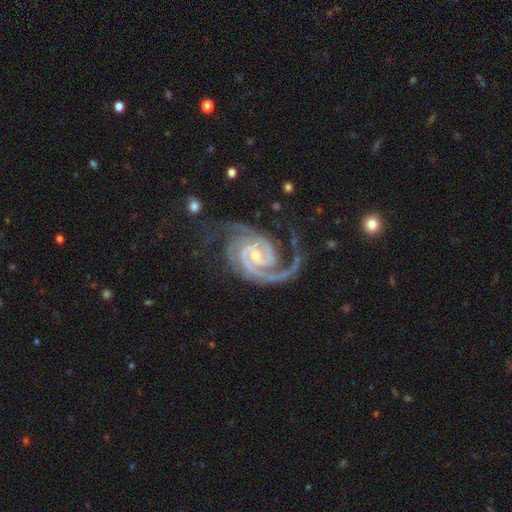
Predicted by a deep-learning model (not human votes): This is clearly a featured or disk galaxy (94%). It is clearly not viewed edge-on (98%). Bar: marginally no (43%). Spiral arm pattern: clearly yes (99%). Spiral arm count: likely 2 (65%). Spiral winding: possibly tight (56%). Central bulge: likely small (63%). Merging: likely none (60%).